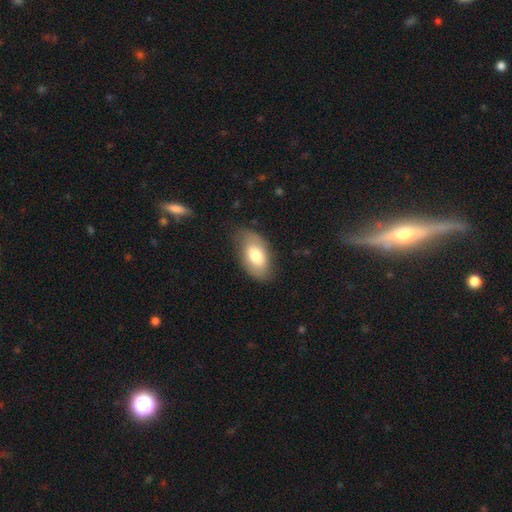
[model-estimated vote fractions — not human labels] Smooth or featured? Predicted: smooth (p=0.71). How rounded? Predicted: in between (p=0.94). Merging? Predicted: none (p=0.73).